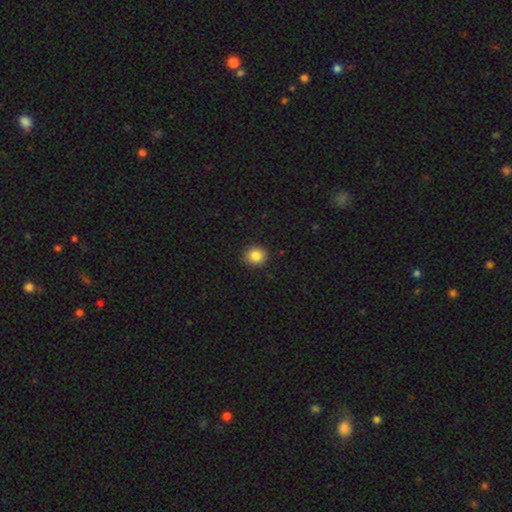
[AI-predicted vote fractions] This is clearly a smooth galaxy (85%). How rounded: likely round (80%). Merging: clearly none (90%).